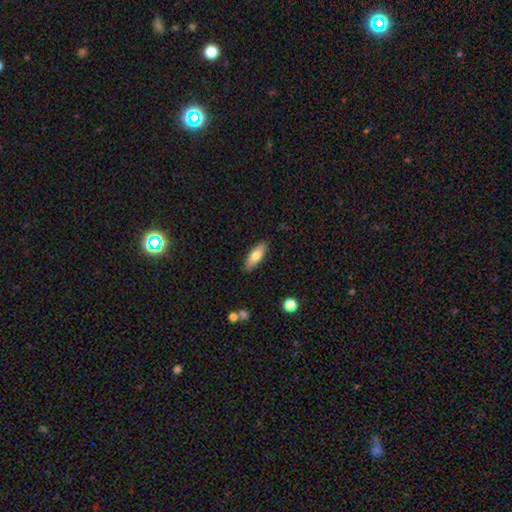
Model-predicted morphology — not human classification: A smooth galaxy with no disk features (75%) that is in between round and cigar-shaped (66%). Merging: none (86%).